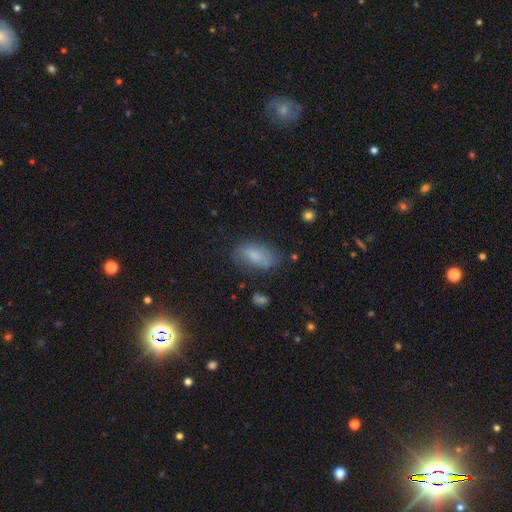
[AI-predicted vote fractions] Morphology: type=smooth (68%); roundness=in between (88%); merging=none (65%).